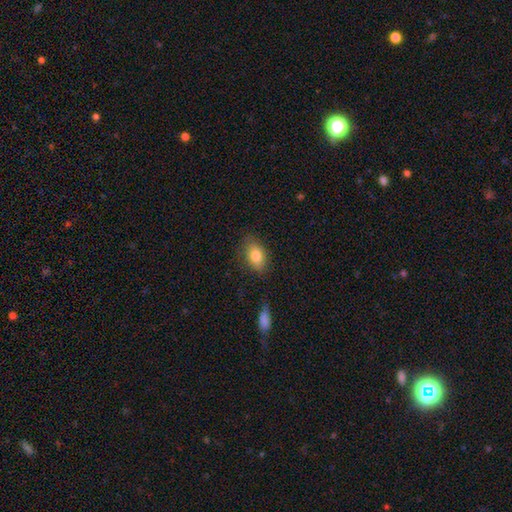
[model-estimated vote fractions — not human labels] smooth-or-featured: smooth: 82% | featured or disk: 10% | star or artifact: 8%
  how-rounded: in between: 84% | round: 13% | cigar-shaped: 3%
  merging: none: 78% | minor disturbance: 16% | major disturbance: 4% | merger: 2%